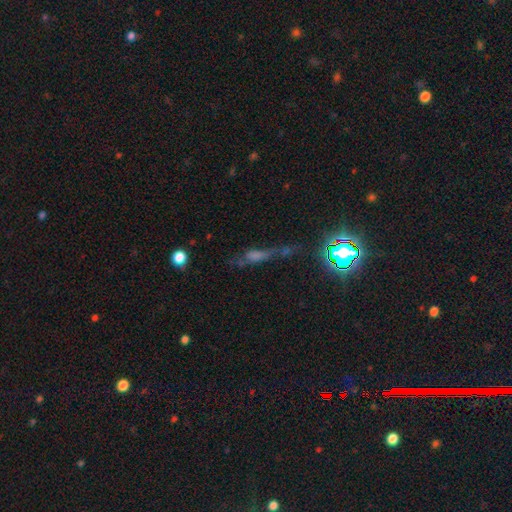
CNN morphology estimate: Q: Smooth or featured?
A: featured or disk (34%); tied with: smooth (34%)
Q: Merging?
A: none (50%); runner-up: major disturbance (20%)